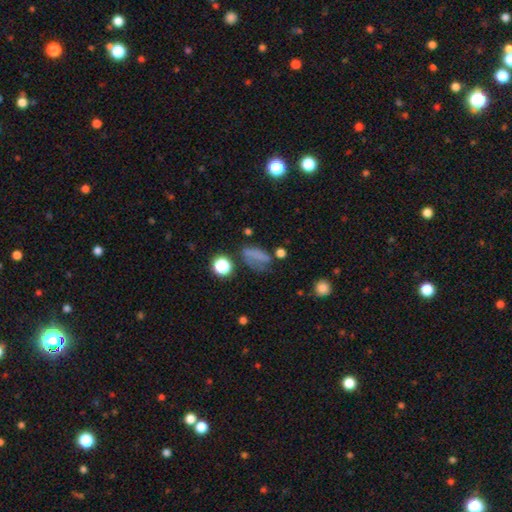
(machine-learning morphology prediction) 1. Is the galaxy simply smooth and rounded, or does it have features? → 56% smooth, 22% featured or disk, 22% star or artifact.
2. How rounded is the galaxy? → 69% in between, 22% round, 9% cigar-shaped.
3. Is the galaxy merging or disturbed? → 39% none, 27% major disturbance, 25% minor disturbance, 8% merger.